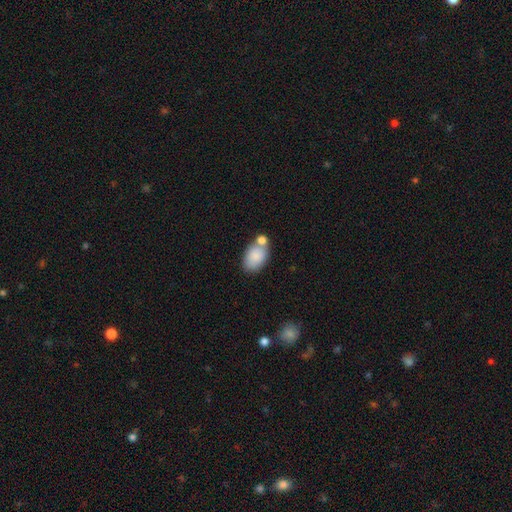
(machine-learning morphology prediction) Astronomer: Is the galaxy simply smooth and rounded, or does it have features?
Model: smooth — 84%.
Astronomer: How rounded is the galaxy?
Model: in between — 89%.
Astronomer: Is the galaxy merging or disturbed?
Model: none — 51% (runner-up: merger, 30%).